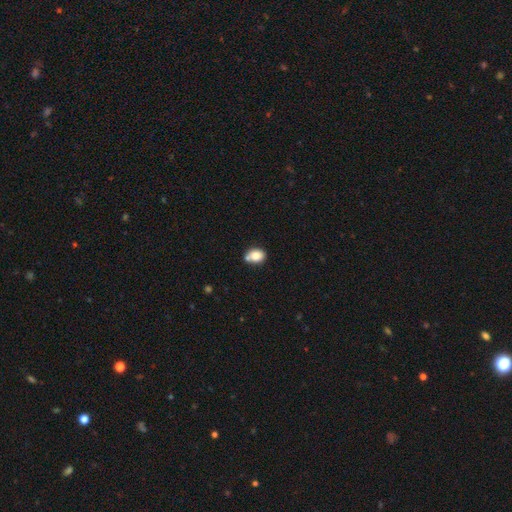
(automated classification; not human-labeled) This is clearly a smooth galaxy (81%). How rounded: possibly in between (59%). Merging: possibly none (57%).